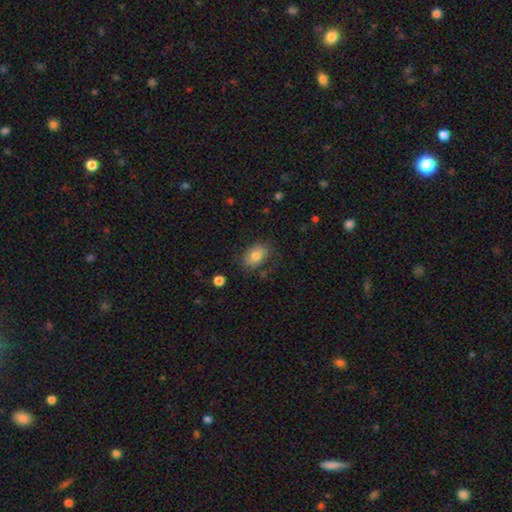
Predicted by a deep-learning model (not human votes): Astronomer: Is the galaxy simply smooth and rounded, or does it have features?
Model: smooth — 77%.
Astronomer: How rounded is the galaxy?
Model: in between — 81%.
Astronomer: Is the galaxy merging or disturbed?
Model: none — 74%.